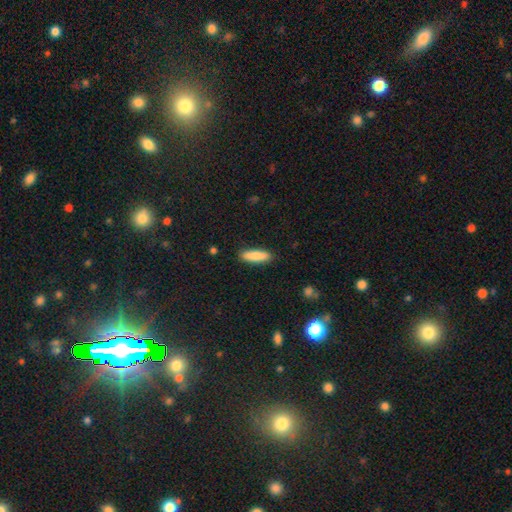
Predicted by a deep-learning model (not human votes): Smooth or featured? Predicted: smooth (p=0.86). How rounded? Predicted: cigar-shaped (p=0.55). Merging? Predicted: none (p=0.89).